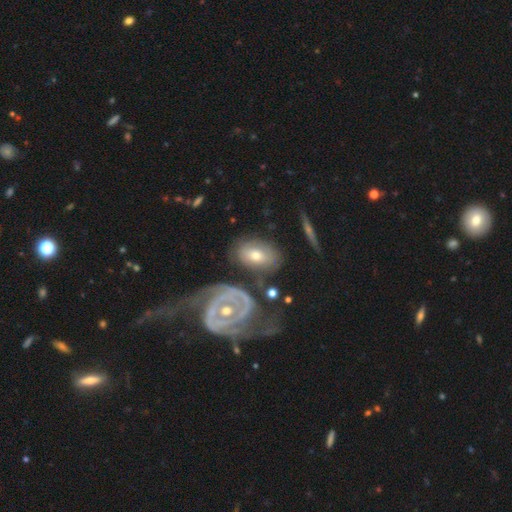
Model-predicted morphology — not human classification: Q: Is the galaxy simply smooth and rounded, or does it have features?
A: featured or disk — 49%.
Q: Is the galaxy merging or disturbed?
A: none — 62%.